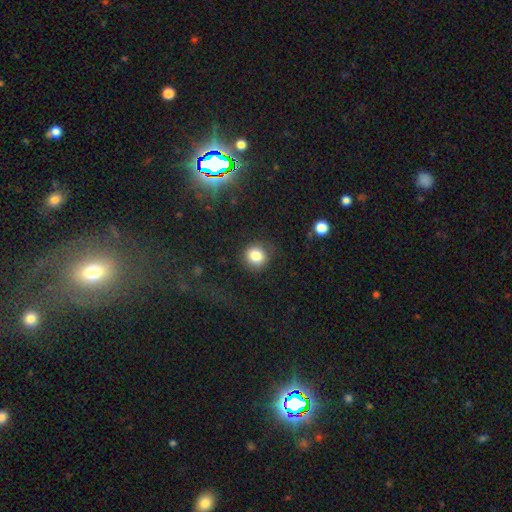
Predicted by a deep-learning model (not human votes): smooth-or-featured: smooth: 83% | star or artifact: 11% | featured or disk: 6%
  how-rounded: round: 88% | in between: 11% | cigar-shaped: 1%
  merging: none: 84% | minor disturbance: 10% | major disturbance: 4% | merger: 1%